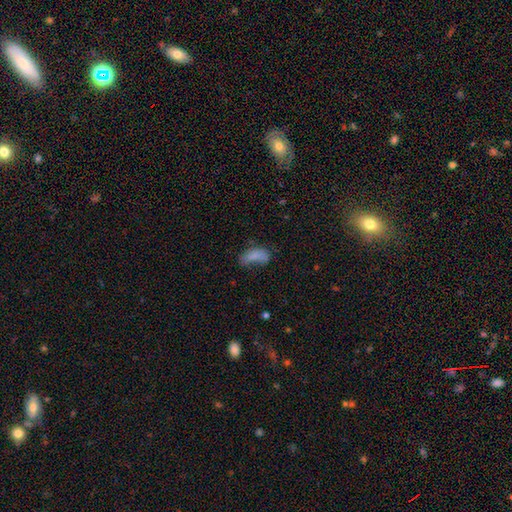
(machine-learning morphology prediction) This is likely a smooth galaxy (74%). How rounded: clearly in between (88%). Merging: marginally none (34%).